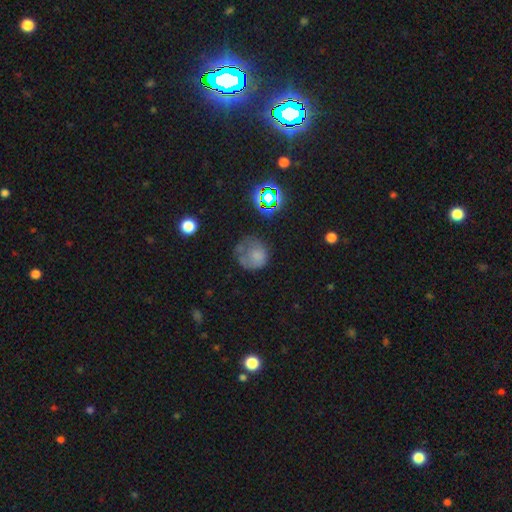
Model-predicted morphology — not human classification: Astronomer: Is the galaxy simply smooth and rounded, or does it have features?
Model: smooth — 61%.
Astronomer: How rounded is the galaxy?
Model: round — 80%.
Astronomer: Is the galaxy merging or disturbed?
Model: none — 38% (runner-up: major disturbance, 30%).